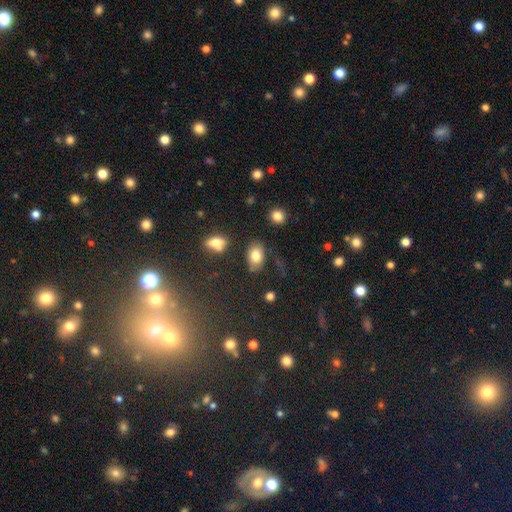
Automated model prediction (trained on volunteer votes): smooth-or-featured: smooth: 80% | featured or disk: 11% | star or artifact: 9%
  how-rounded: in between: 87% | round: 11% | cigar-shaped: 2%
  merging: none: 73% | minor disturbance: 18% | major disturbance: 5% | merger: 4%